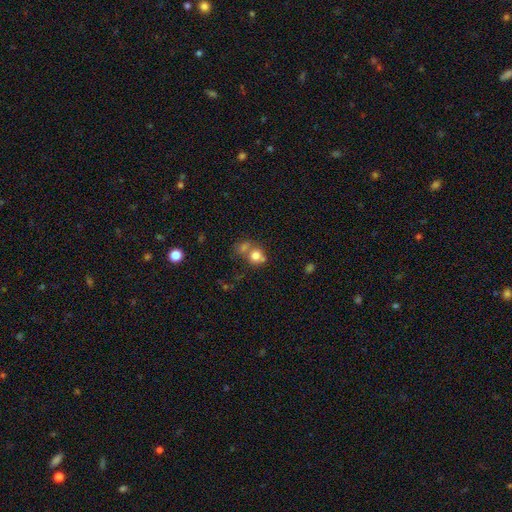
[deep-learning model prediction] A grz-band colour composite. It shows a smooth galaxy with no disk features (75%) that is round (76%). Merging: merger (47%).